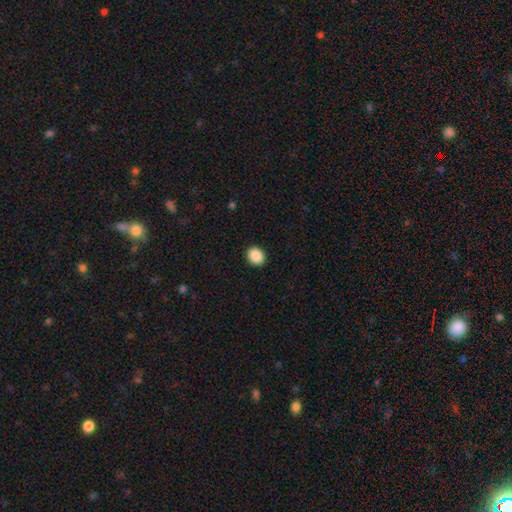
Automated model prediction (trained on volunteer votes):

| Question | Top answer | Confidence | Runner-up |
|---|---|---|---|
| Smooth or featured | smooth | 89% | star or artifact (8%) |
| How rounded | round | 65% | in between (34%) |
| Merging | none | 92% | minor disturbance (6%) |